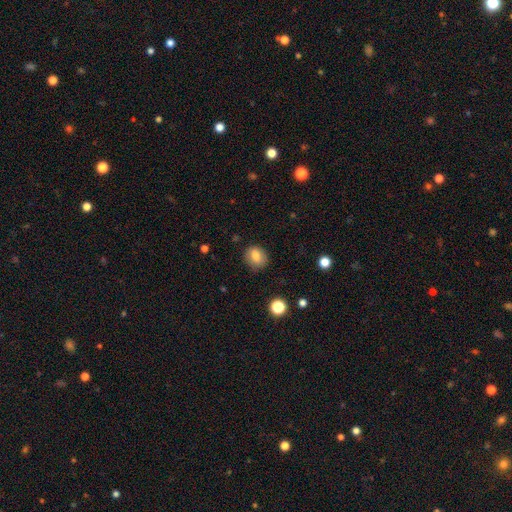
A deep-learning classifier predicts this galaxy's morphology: Overall: smooth (81%). How rounded: round (62%; in between 37%). Merging: none (84%).